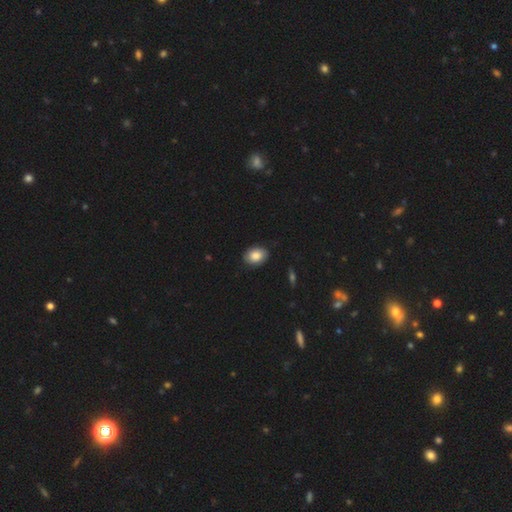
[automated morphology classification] Overall: smooth (84%). How rounded: in between (74%). Merging: none (84%).